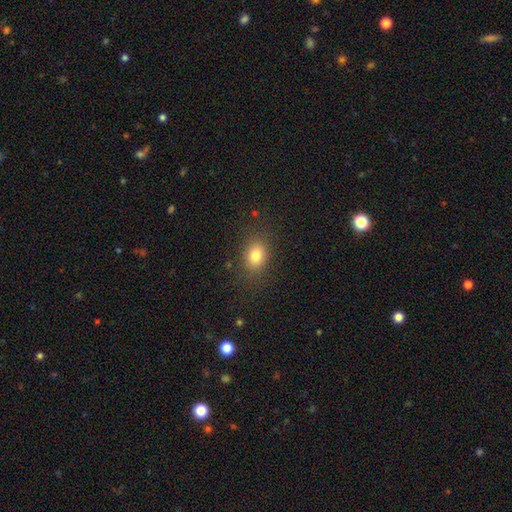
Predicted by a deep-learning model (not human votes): smooth 80%, star or artifact 12%, featured or disk 8%. Down the decision tree: how rounded — in between (61%); merging — none (83%).